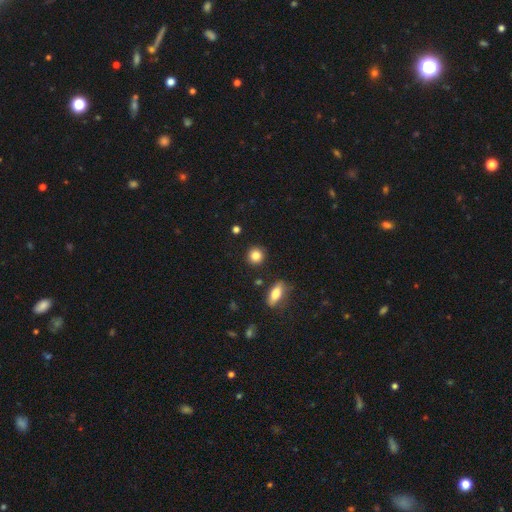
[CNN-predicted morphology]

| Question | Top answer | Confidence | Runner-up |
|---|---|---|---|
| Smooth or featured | smooth | 85% | star or artifact (9%) |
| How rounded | round | 91% | in between (8%) |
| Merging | none | 89% | minor disturbance (6%) |